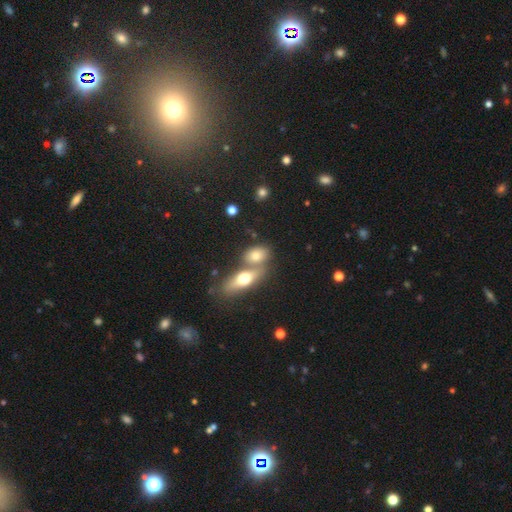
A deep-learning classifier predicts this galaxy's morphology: Smooth or featured? smooth (71%)
How rounded? in between (73%)
Merging? none (44%)